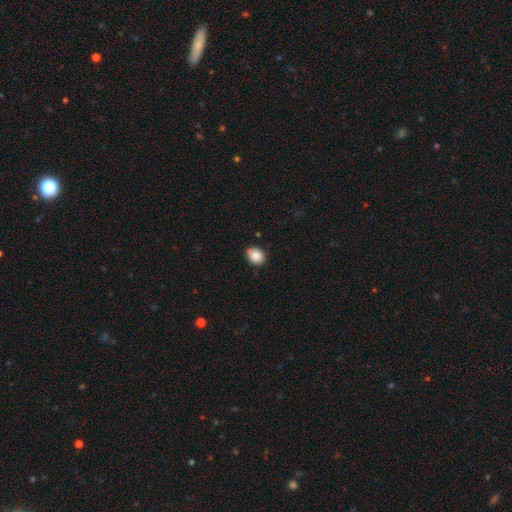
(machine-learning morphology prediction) Smooth or featured?
  - smooth: 87% *
  - star or artifact: 8%
  - featured or disk: 5%
How rounded?
  - round: 55% *
  - in between: 44%
  - cigar-shaped: 1%
Merging?
  - none: 81% *
  - minor disturbance: 15%
  - major disturbance: 2%
  - merger: 2%